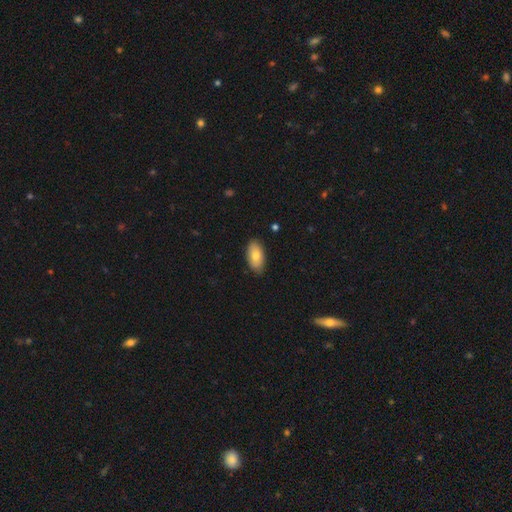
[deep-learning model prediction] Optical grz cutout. It shows a smooth galaxy with no disk features (78%) that is in between round and cigar-shaped (92%). Merging: none (85%).